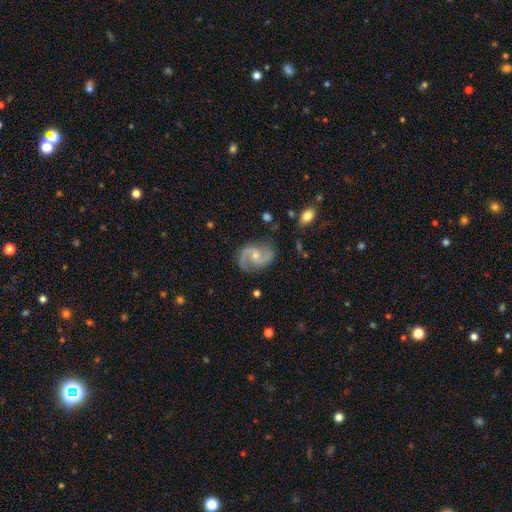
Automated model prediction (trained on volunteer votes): Smooth or featured? featured or disk (90%)
Edge-on disk? no (98%)
Bar? no (54%)
Spiral arms? yes (98%)
Spiral winding? medium (59%)
Spiral arm count? 2 (93%)
Bulge size? moderate (48%)
Merging? none (79%)